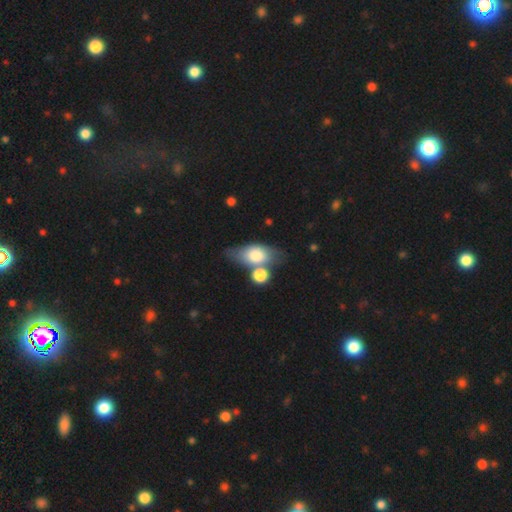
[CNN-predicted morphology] Smooth or featured?
  - smooth: 70% *
  - featured or disk: 23%
  - star or artifact: 7%
How rounded?
  - in between: 81% *
  - round: 10%
  - cigar-shaped: 9%
Merging?
  - none: 49% *
  - merger: 28%
  - minor disturbance: 17%
  - major disturbance: 6%